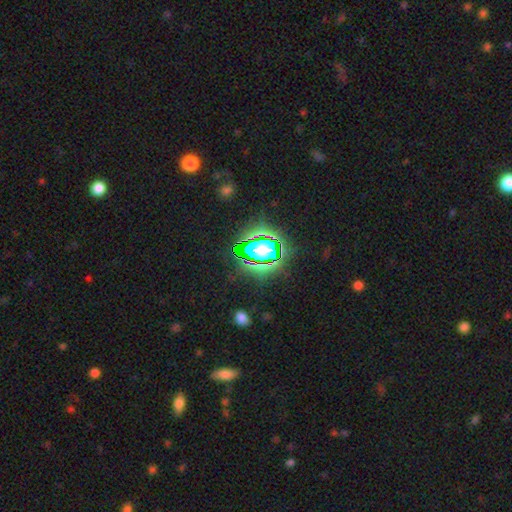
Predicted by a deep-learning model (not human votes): smooth-or-featured: star or artifact: 66% | smooth: 20% | featured or disk: 14%